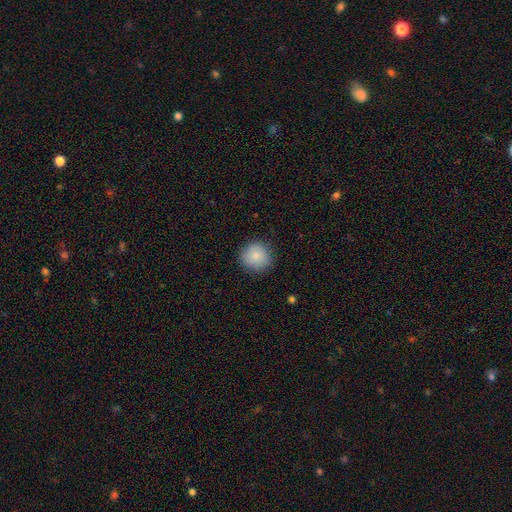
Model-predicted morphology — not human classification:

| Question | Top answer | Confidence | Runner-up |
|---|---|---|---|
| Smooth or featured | smooth | 86% | star or artifact (8%) |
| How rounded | round | 92% | in between (7%) |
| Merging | none | 87% | minor disturbance (10%) |